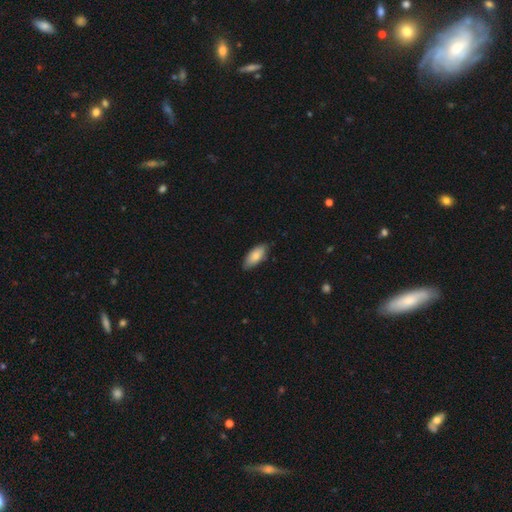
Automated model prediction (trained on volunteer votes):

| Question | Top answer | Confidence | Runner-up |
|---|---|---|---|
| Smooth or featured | smooth | 80% | featured or disk (14%) |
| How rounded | in between | 86% | cigar-shaped (12%) |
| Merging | none | 82% | minor disturbance (15%) |